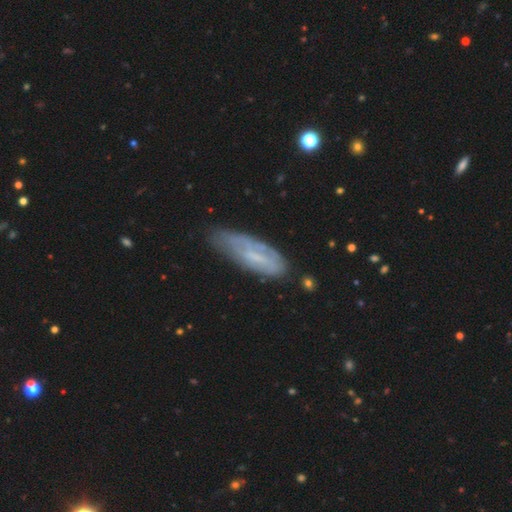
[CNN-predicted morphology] featured or disk 48%, smooth 43%, star or artifact 9%. Down the decision tree: merging — none (54%).